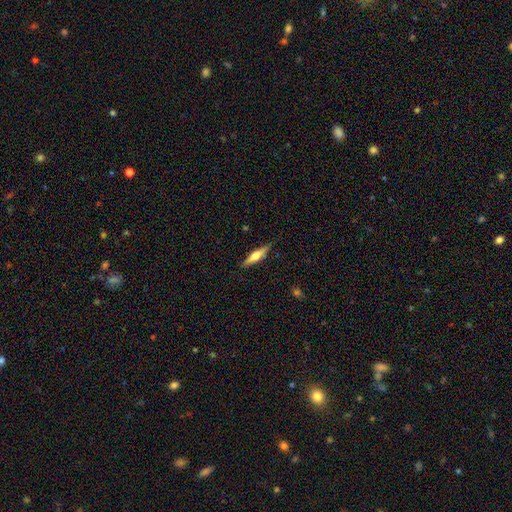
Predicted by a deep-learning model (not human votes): A featured or disk galaxy (58%) viewed edge-on (96%) with a rounded central bulge (89%).

Vote fractions:
- Smooth or featured? featured or disk: 58% / smooth: 37% / star or artifact: 6%
- Edge-on disk? yes: 96% / no: 4%
- Edge-on bulge? rounded: 89% / boxy: 7% / none: 4%
- Merging? none: 87% / minor disturbance: 10% / major disturbance: 2% / merger: 1%